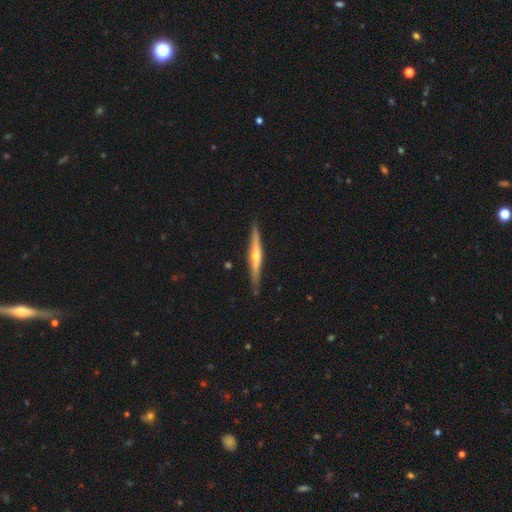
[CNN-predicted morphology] Smooth or featured?
  - featured or disk: 74% *
  - smooth: 21%
  - star or artifact: 5%
Edge-on disk?
  - yes: 97% *
  - no: 3%
Edge-on bulge?
  - rounded: 89% *
  - none: 8%
  - boxy: 4%
Merging?
  - none: 89% *
  - minor disturbance: 8%
  - major disturbance: 2%
  - merger: 1%